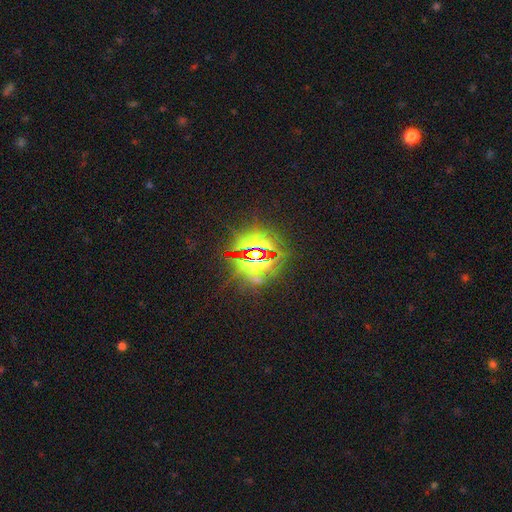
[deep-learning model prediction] This is likely a star or artifact rather than a galaxy (79%).